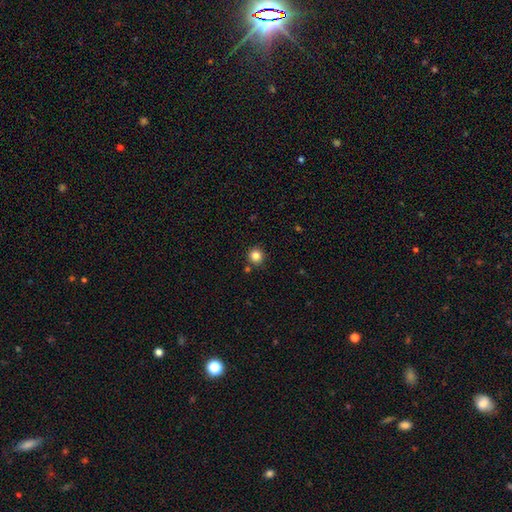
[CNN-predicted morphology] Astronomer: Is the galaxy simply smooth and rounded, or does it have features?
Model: smooth — 84%.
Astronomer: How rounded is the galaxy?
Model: round — 94%.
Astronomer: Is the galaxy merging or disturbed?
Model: none — 86%.